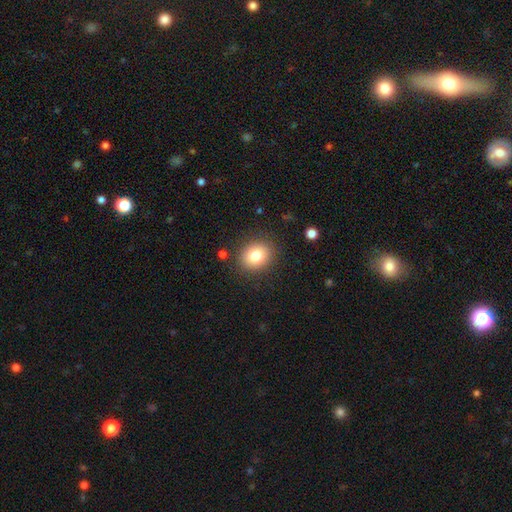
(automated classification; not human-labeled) Smooth or featured? Predicted: smooth (p=0.80). How rounded? Predicted: round (p=0.61). Merging? Predicted: none (p=0.87).